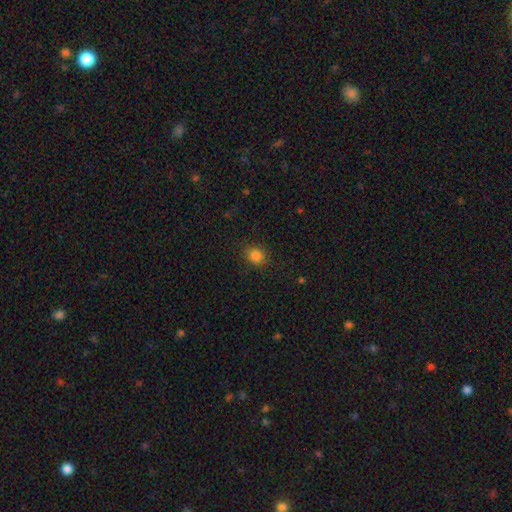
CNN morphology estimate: Q: Smooth or featured?
A: smooth (84%); runner-up: star or artifact (12%)
Q: How rounded?
A: round (66%); runner-up: in between (33%)
Q: Merging?
A: none (87%); runner-up: minor disturbance (9%)